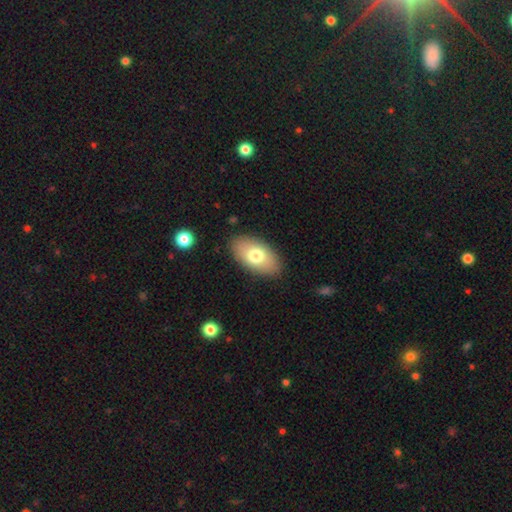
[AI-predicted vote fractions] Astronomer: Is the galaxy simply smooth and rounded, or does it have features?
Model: smooth — 74%.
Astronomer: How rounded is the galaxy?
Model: in between — 94%.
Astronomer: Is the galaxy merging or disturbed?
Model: none — 87%.